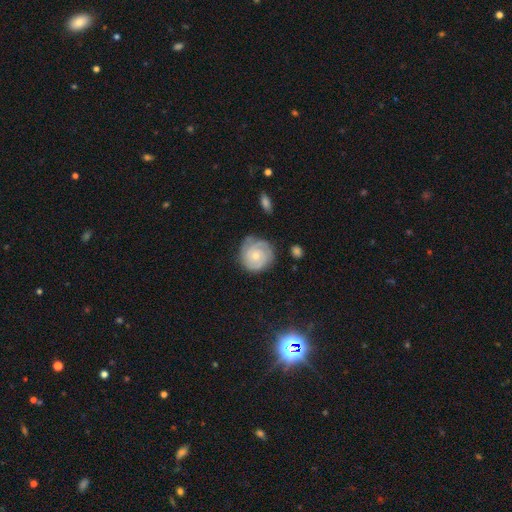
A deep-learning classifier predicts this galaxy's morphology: smooth-or-featured: featured or disk: 73% | smooth: 21% | star or artifact: 6%
  disk-edge-on: no: 98% | yes: 2%
    bar: no: 77% | weak: 20% | strong: 3%
    has-spiral-arms: yes: 93% | no: 7%
      spiral-winding: tight: 75% | medium: 20% | loose: 5%
      spiral-arm-count: 2: 40% | can't tell: 25% | 3: 21% | 1: 5% | 4: 5% | more than 4: 4%
    bulge-size: small: 58% | moderate: 38% | none: 2% | large: 2% | dominant: 1%
  merging: none: 74% | minor disturbance: 18% | major disturbance: 6% | merger: 2%